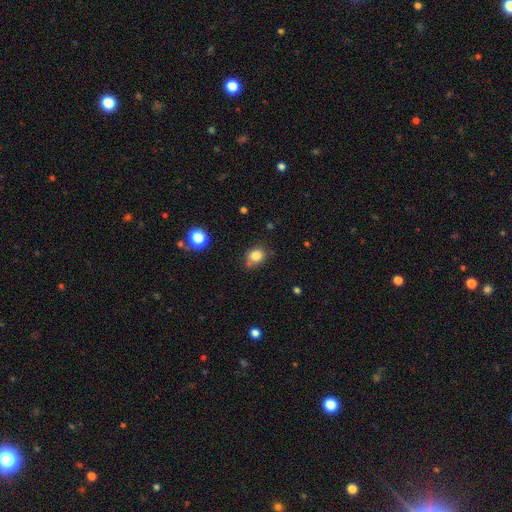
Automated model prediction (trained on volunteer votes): smooth 82%, star or artifact 12%, featured or disk 6%. Down the decision tree: how rounded — round (68%); merging — none (68%).